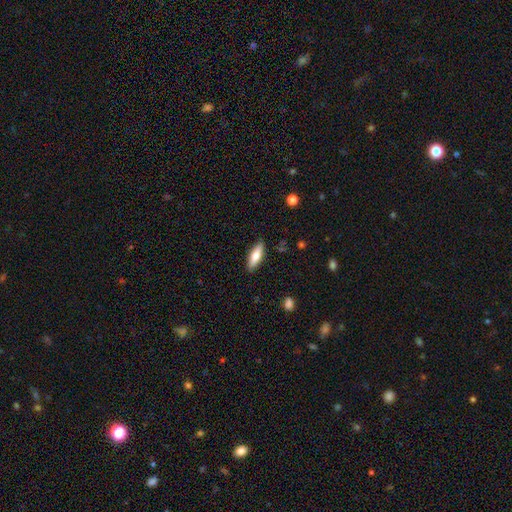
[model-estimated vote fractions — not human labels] Overall: smooth (70%). How rounded: in between (49%, tied with cigar-shaped). Merging: none (88%).